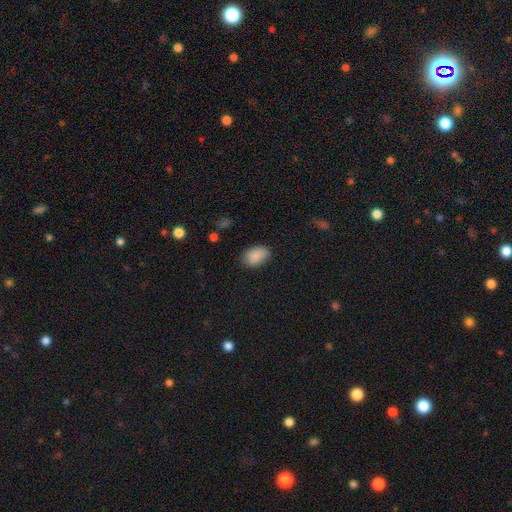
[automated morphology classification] This appears to be a smooth galaxy with no disk features (88%) that is in between round and cigar-shaped (89%). Merging: none (78%).